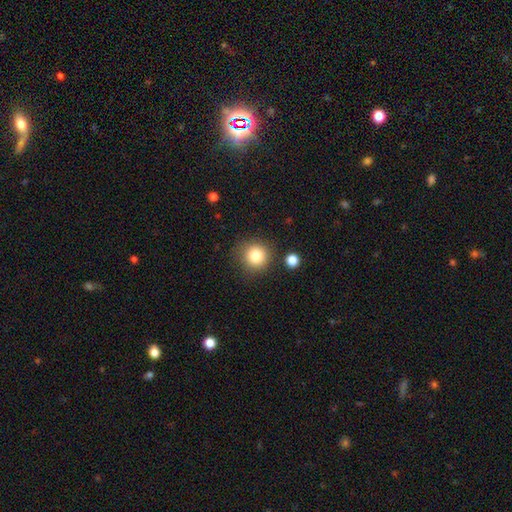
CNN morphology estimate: A smooth galaxy with no disk features (82%) that is round (92%).

Vote fractions:
- Smooth or featured? smooth: 82% / star or artifact: 11% / featured or disk: 7%
- How rounded? round: 92% / in between: 7% / cigar-shaped: 1%
- Merging? none: 83% / minor disturbance: 10% / merger: 4% / major disturbance: 3%